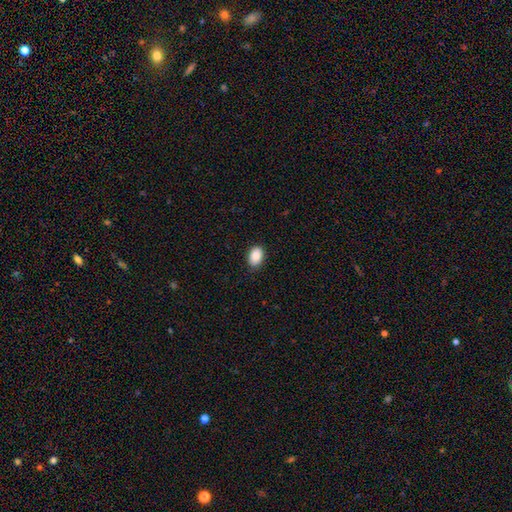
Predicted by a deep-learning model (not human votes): smooth_or_featured: smooth (p=0.89) [alt: star or artifact p=0.07]
how_rounded: in between (p=0.83) [alt: round p=0.16]
merging: none (p=0.84) [alt: minor disturbance p=0.13]